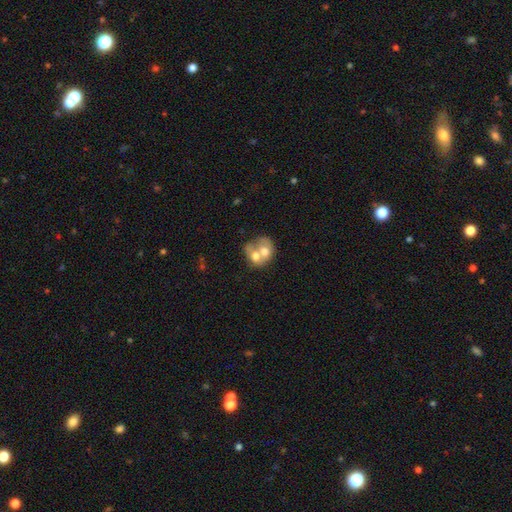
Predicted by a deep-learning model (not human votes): smooth 56%, featured or disk 36%, star or artifact 8%. Down the decision tree: how rounded — round (56%); merging — merger (72%).